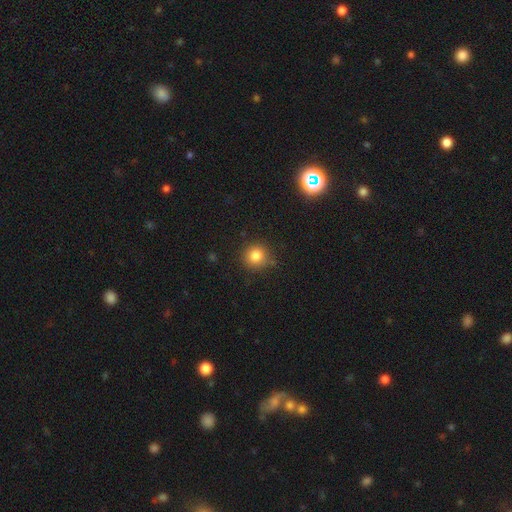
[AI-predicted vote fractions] The model was most divided on "merging": none: 82%, minor disturbance: 12%, major disturbance: 3%, merger: 3%. More confident: how rounded — round (91%); smooth or featured — smooth (82%).